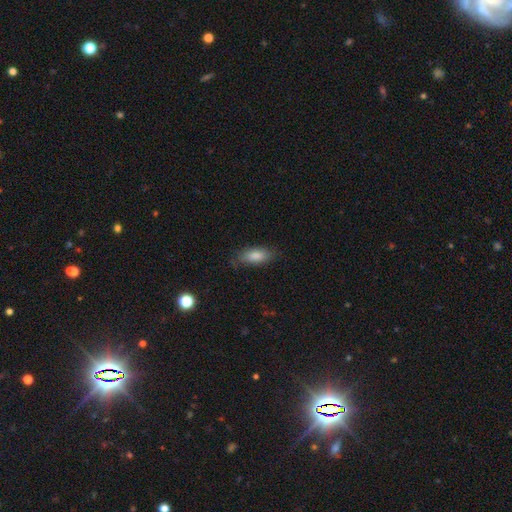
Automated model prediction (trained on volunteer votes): Smooth or featured? smooth (84%)
How rounded? in between (81%)
Merging? none (78%)